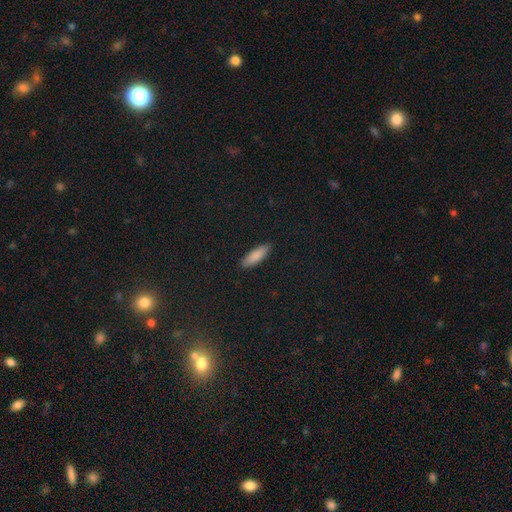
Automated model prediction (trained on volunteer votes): Q: Smooth or featured?
A: smooth (87%); runner-up: featured or disk (7%)
Q: How rounded?
A: in between (55%); runner-up: cigar-shaped (43%)
Q: Merging?
A: none (88%); runner-up: minor disturbance (9%)